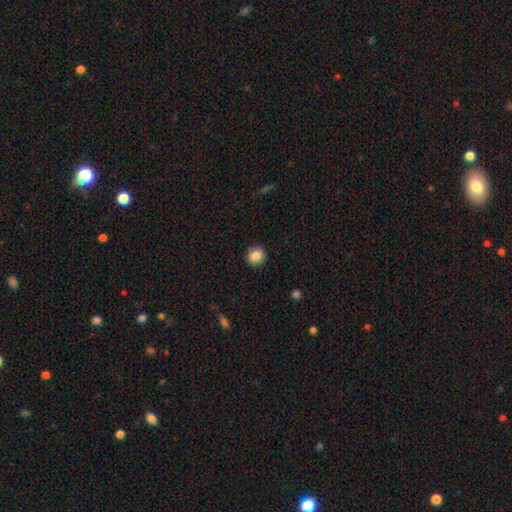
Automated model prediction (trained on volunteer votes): Overall: smooth (86%). How rounded: round (90%). Merging: none (92%).